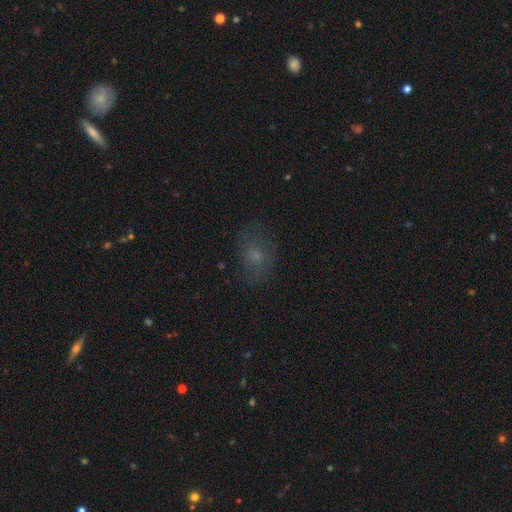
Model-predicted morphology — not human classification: Smooth or featured? Predicted: smooth (p=0.50). How rounded? Predicted: in between (p=0.59). Merging? Predicted: none (p=0.70).